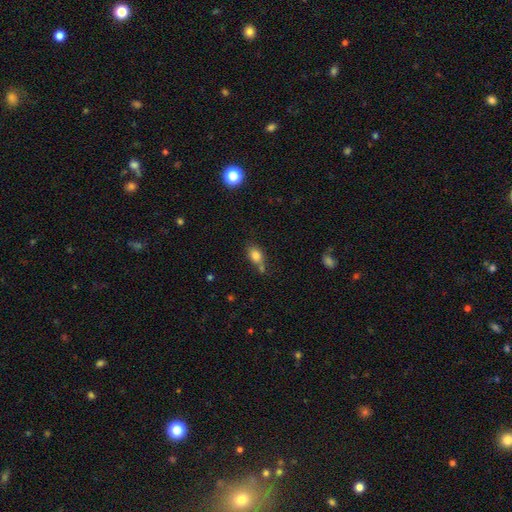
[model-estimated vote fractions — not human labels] Morphology: type=smooth (80%); roundness=in between (75%); merging=none (51%).